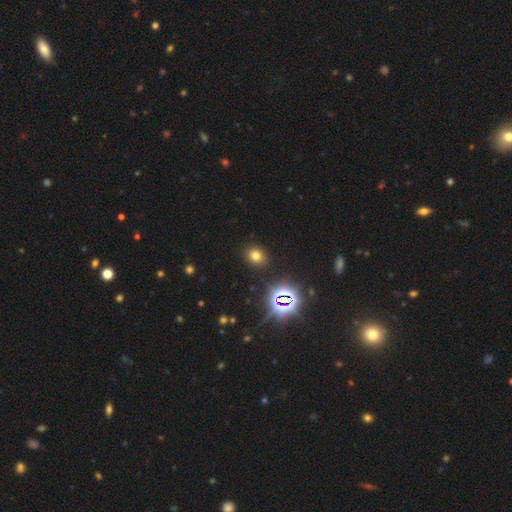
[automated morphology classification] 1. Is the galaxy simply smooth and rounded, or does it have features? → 70% smooth, 23% star or artifact, 7% featured or disk.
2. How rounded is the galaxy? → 62% round, 37% in between, 1% cigar-shaped.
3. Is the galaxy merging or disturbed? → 89% none, 7% minor disturbance, 2% major disturbance, 2% merger.